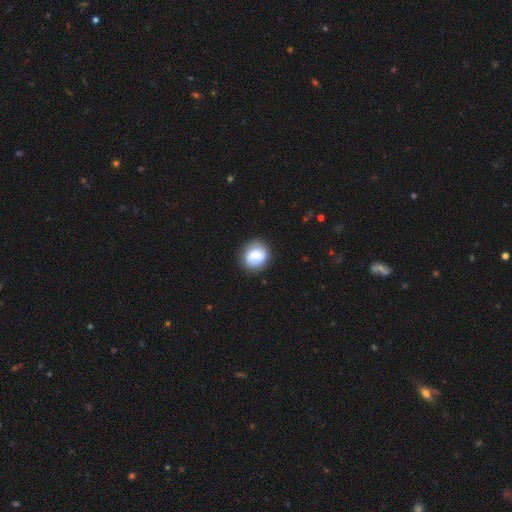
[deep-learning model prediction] A smooth galaxy with no disk features (75%) that is round (71%). Merging: none (71%).